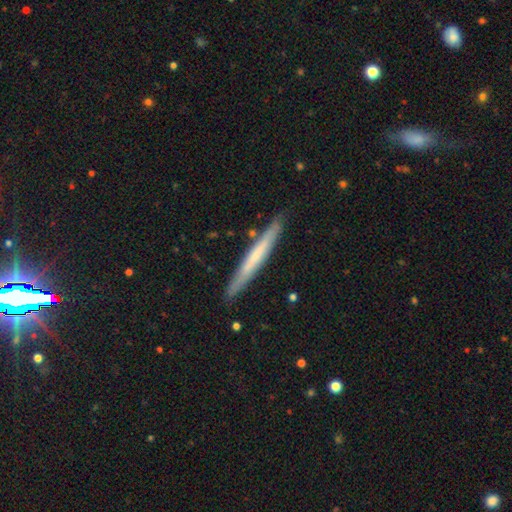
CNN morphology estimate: type=smooth (51%); roundness=cigar-shaped (97%); merging=none (88%).